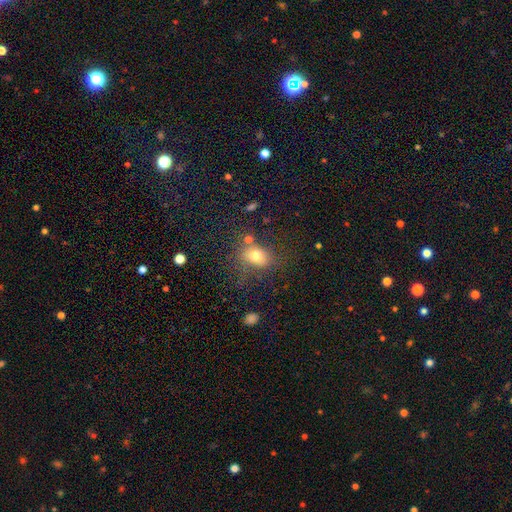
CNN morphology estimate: This appears to be a smooth galaxy with no disk features (74%) that is in between round and cigar-shaped (59%). Merging: none (60%).